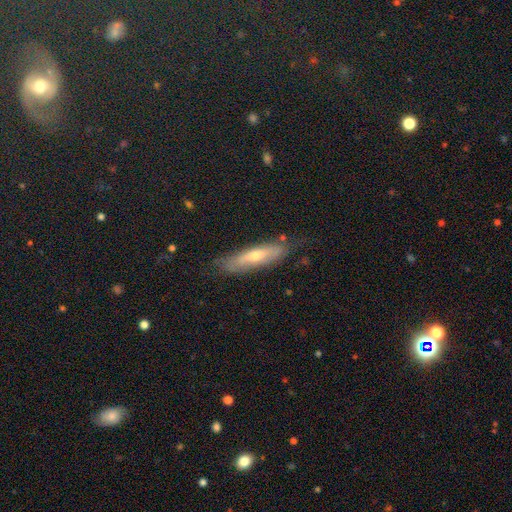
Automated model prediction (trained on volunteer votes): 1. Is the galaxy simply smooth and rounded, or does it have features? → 50% featured or disk, 43% smooth, 7% star or artifact.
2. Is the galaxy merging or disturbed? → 73% none, 20% minor disturbance, 5% major disturbance, 2% merger.